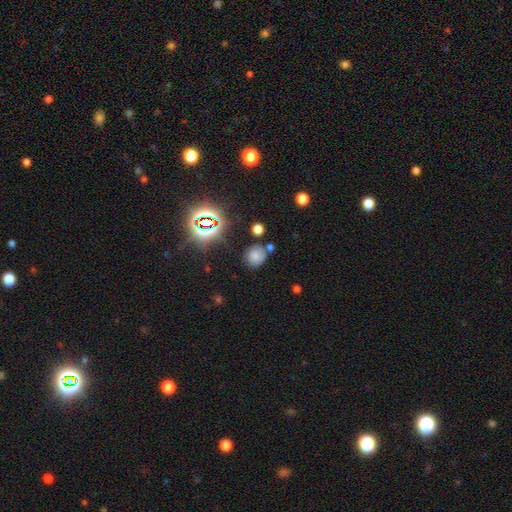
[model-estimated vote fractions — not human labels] smooth 65%, star or artifact 23%, featured or disk 12%. Down the decision tree: how rounded — round (71%); merging — none (68%).